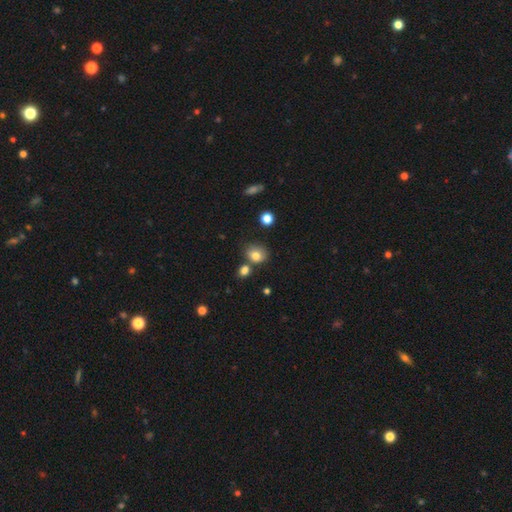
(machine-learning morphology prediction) Overall: smooth (80%). How rounded: round (52%; in between 47%). Merging: none (61%).